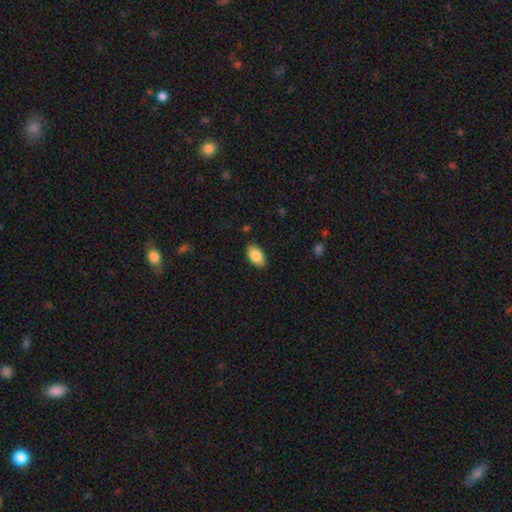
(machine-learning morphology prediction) type=smooth (85%); roundness=in between (94%); merging=none (87%).